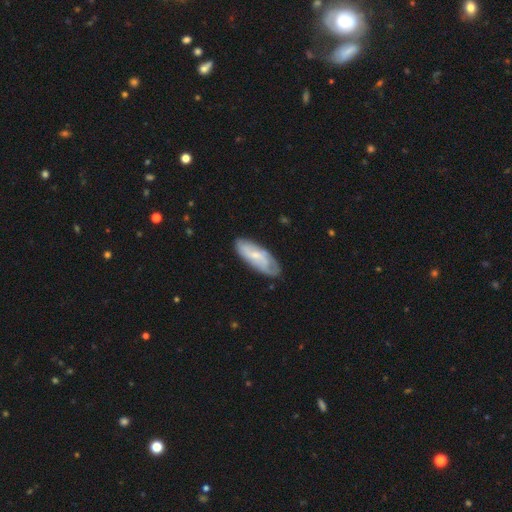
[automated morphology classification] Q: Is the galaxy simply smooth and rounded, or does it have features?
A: featured or disk — 51%.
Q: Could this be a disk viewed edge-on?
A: no — 87%.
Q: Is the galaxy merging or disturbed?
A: none — 70%.